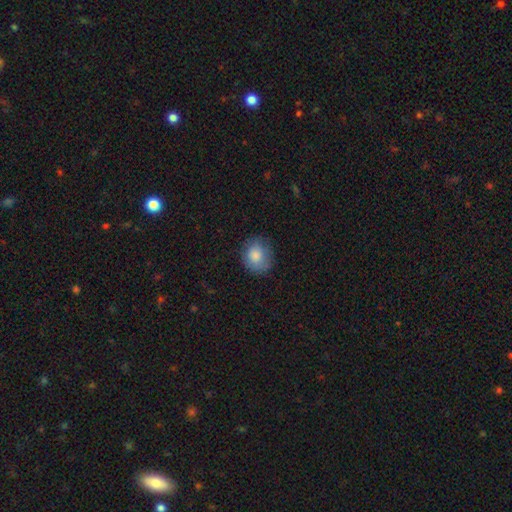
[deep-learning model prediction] Q: Smooth or featured?
A: smooth (84%); runner-up: featured or disk (8%)
Q: How rounded?
A: round (72%); runner-up: in between (27%)
Q: Merging?
A: none (76%); runner-up: minor disturbance (18%)